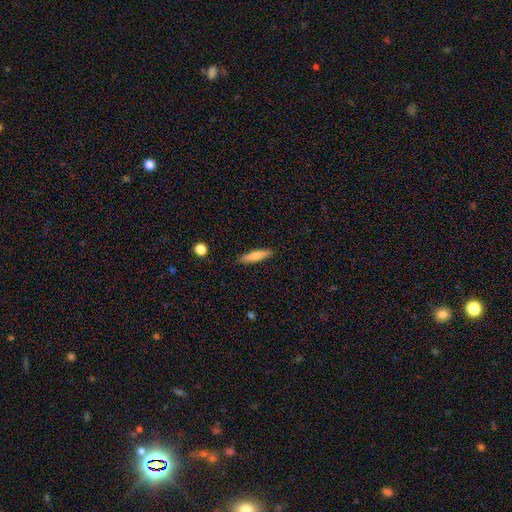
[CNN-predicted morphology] Smooth or featured: smooth — 68% (featured or disk — 26%)
How rounded: cigar-shaped — 83% (in between — 16%)
Merging: none — 88% (minor disturbance — 9%)